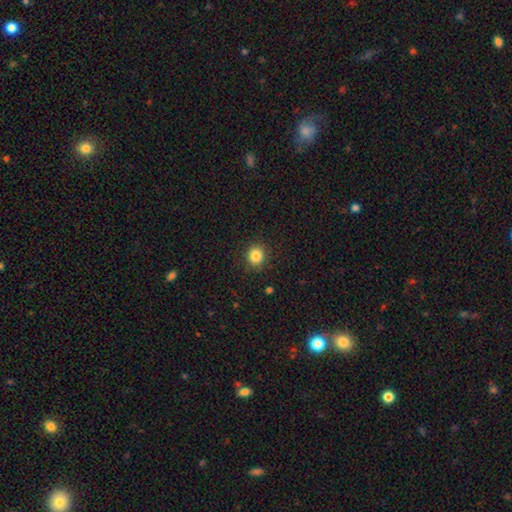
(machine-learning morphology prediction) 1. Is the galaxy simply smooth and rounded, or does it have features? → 84% smooth, 11% star or artifact, 5% featured or disk.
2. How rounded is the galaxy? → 86% round, 13% in between, 1% cigar-shaped.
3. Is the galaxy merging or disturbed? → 89% none, 7% minor disturbance, 2% major disturbance, 1% merger.